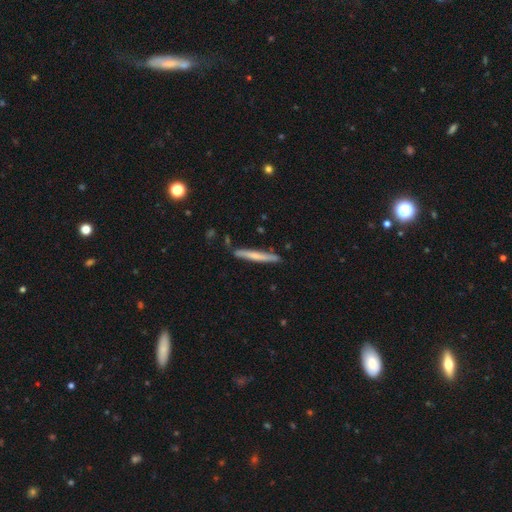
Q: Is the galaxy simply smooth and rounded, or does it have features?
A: featured or disk — 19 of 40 (48%).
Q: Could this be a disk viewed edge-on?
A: yes — 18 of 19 (95%).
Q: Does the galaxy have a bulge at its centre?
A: none — 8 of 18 (44%).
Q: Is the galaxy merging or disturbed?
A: none — 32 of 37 (86%).